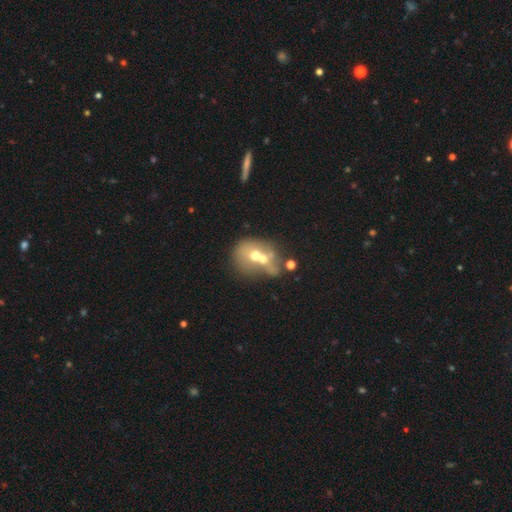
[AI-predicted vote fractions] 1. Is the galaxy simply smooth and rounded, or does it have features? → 50% smooth, 37% featured or disk, 13% star or artifact.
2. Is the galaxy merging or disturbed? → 64% merger, 21% none, 8% minor disturbance, 7% major disturbance.